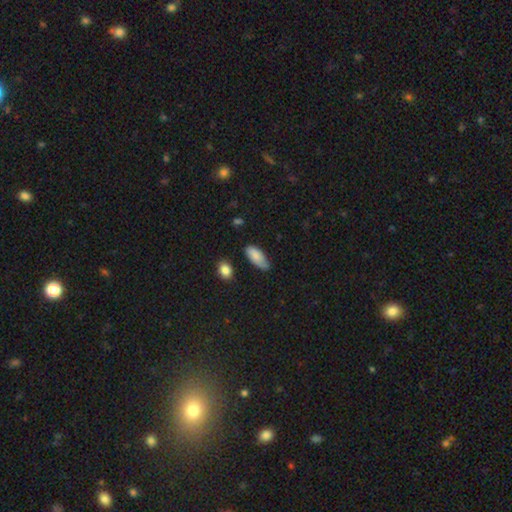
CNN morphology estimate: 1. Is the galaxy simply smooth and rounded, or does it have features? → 84% smooth, 9% featured or disk, 7% star or artifact.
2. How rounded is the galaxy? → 86% in between, 12% cigar-shaped, 2% round.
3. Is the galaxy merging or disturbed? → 60% none, 32% minor disturbance, 6% major disturbance, 3% merger.